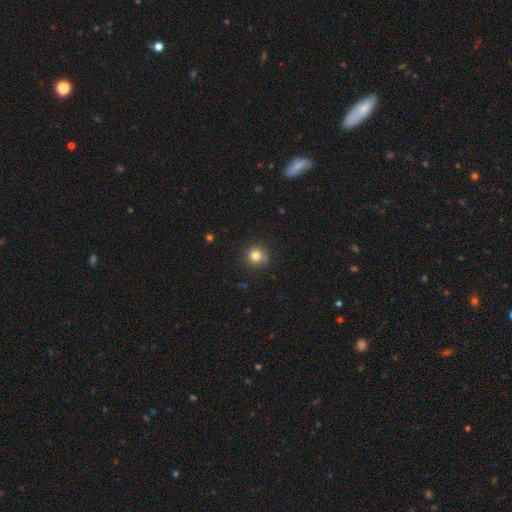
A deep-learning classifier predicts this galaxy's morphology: Q: Smooth or featured?
A: smooth (81%); runner-up: star or artifact (12%)
Q: How rounded?
A: round (92%); runner-up: in between (7%)
Q: Merging?
A: none (79%); runner-up: minor disturbance (15%)